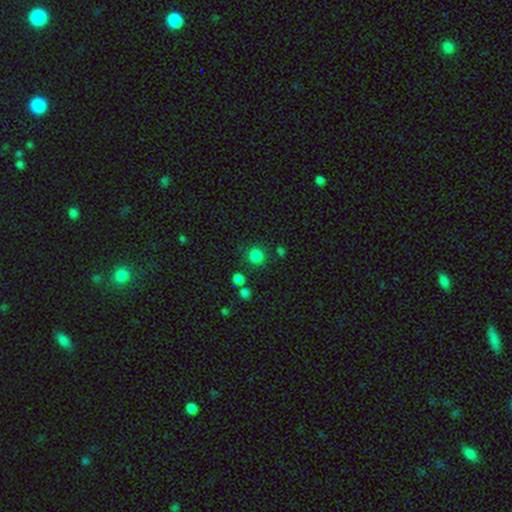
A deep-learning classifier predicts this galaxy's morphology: type=smooth (83%); roundness=round (91%); merging=none (83%).